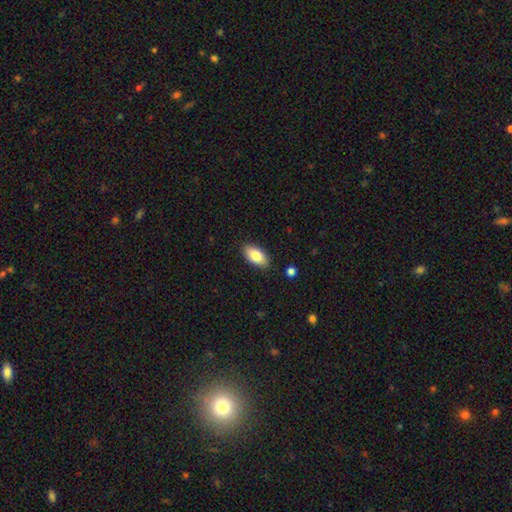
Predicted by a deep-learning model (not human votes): Smooth or featured?
  - smooth: 82% *
  - featured or disk: 11%
  - star or artifact: 7%
How rounded?
  - in between: 93% *
  - cigar-shaped: 4%
  - round: 3%
Merging?
  - none: 87% *
  - minor disturbance: 9%
  - major disturbance: 2%
  - merger: 1%